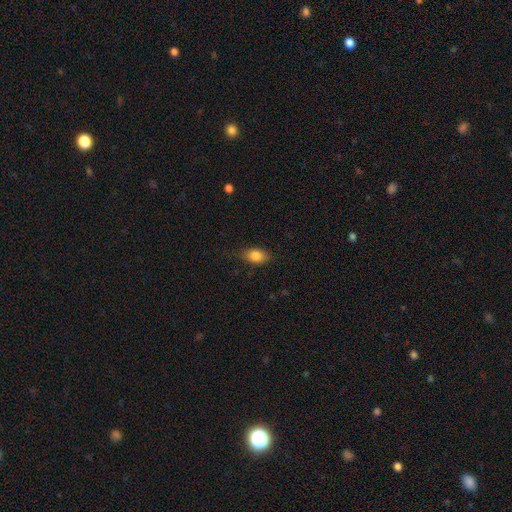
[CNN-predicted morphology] Smooth or featured? Predicted: smooth (p=0.83). How rounded? Predicted: in between (p=0.82). Merging? Predicted: none (p=0.77).